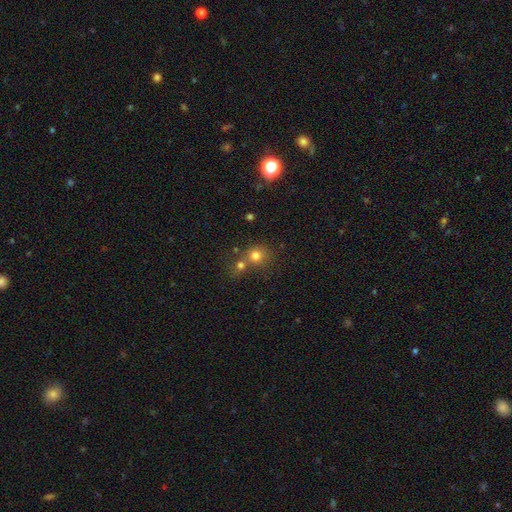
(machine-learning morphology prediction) A smooth galaxy with no disk features (75%) that is round (85%). Merging: none (50%).